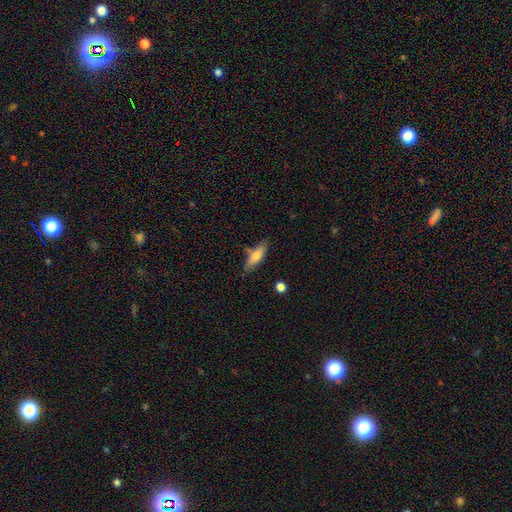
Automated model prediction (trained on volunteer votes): A smooth galaxy with no disk features (70%) that is cigar-shaped (49%, tied with in between). Merging: none (71%).